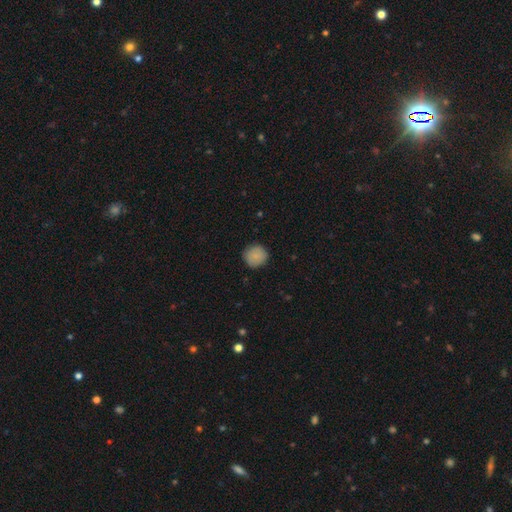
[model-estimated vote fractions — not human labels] This appears to be a smooth galaxy with no disk features (86%) that is round (93%). Merging: none (88%).